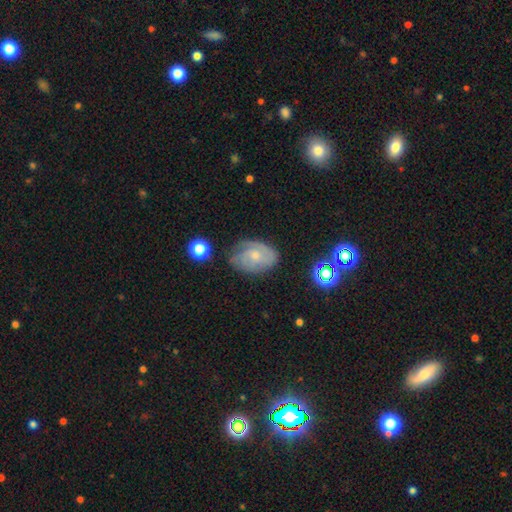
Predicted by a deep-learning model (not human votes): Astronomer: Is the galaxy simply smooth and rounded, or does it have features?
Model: featured or disk — 60%.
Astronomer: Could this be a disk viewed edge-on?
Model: no — 96%.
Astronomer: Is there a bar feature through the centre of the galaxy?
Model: no — 72%.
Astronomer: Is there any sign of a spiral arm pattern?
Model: yes — 85%.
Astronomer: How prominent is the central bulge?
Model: small — 61%.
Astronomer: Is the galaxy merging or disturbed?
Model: none — 63%.